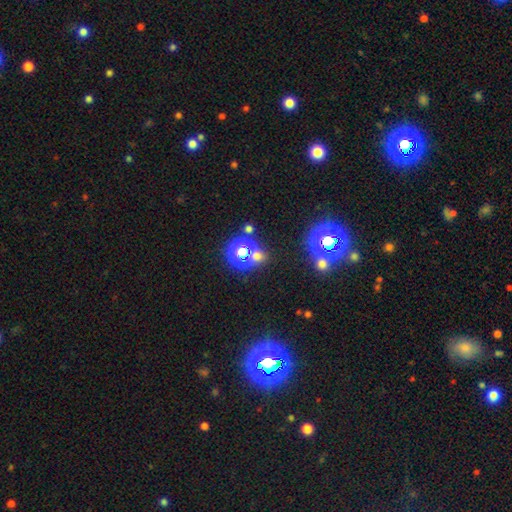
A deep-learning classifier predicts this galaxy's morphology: A star or artifact, not a galaxy (54%).